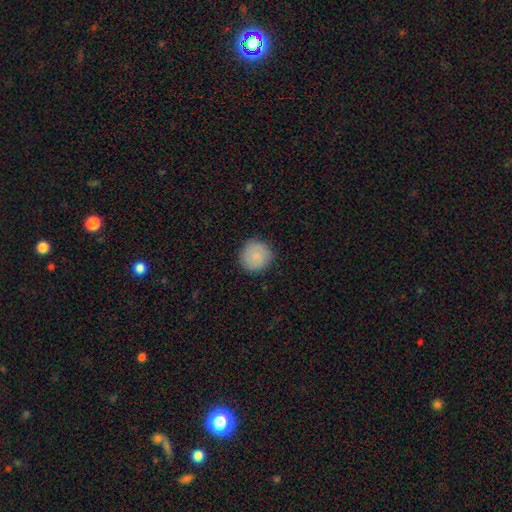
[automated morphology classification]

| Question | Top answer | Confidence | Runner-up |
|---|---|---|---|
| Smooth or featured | smooth | 85% | featured or disk (8%) |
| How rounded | round | 93% | in between (6%) |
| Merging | none | 88% | minor disturbance (9%) |